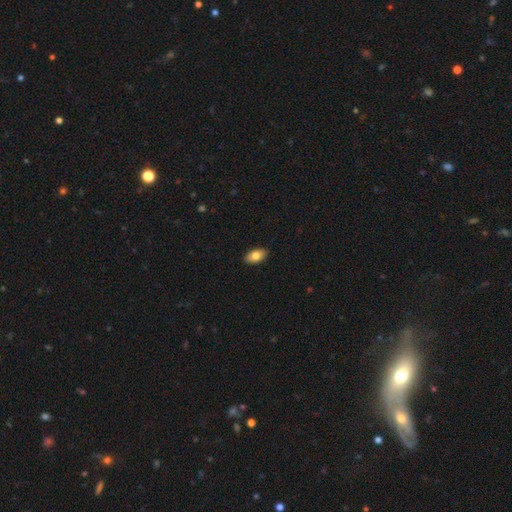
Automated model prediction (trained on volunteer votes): This is clearly a smooth galaxy (81%). How rounded: clearly in between (93%). Merging: clearly none (90%).